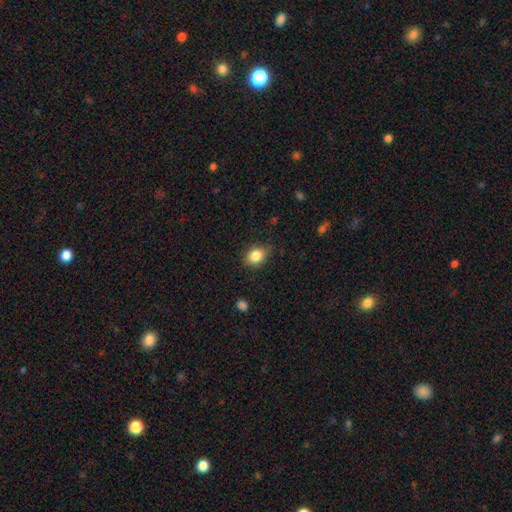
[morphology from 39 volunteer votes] Smooth or featured: smooth — 79% (star or artifact — 13%)
How rounded: round — 58% (in between — 42%)
Merging: none — 74% (major disturbance — 15%)